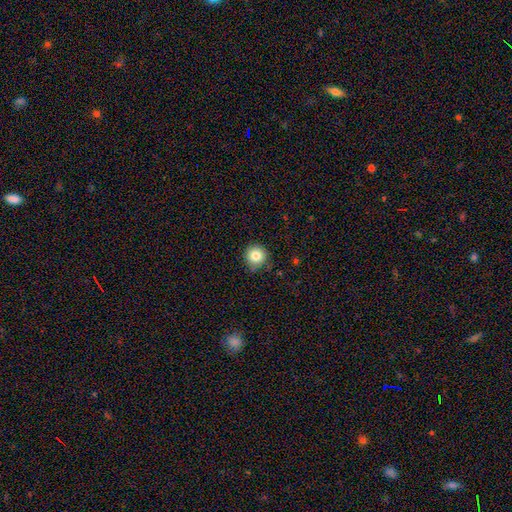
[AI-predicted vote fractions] This appears to be a smooth galaxy with no disk features (83%) that is round (95%). Merging: none (86%).